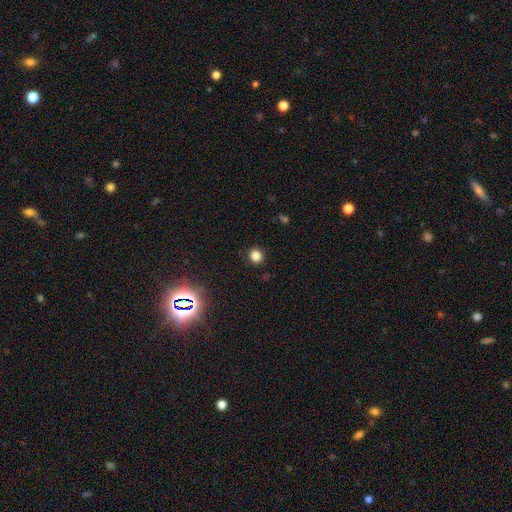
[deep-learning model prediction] Morphology: type=smooth (81%); roundness=round (86%); merging=none (90%).